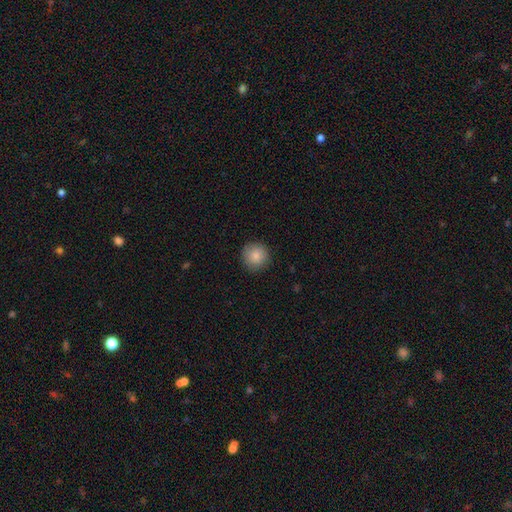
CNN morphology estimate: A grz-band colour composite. It shows a smooth galaxy with no disk features (85%) that is round (94%). Merging: none (89%).